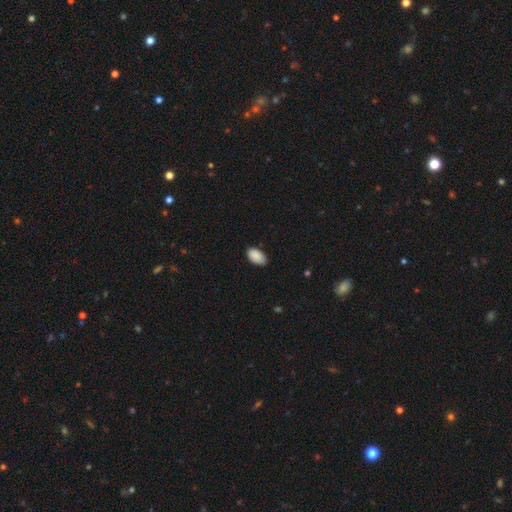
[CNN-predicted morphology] smooth-or-featured: smooth: 90% | star or artifact: 7% | featured or disk: 3%
  how-rounded: in between: 95% | round: 4% | cigar-shaped: 1%
  merging: none: 84% | minor disturbance: 13% | major disturbance: 2% | merger: 1%